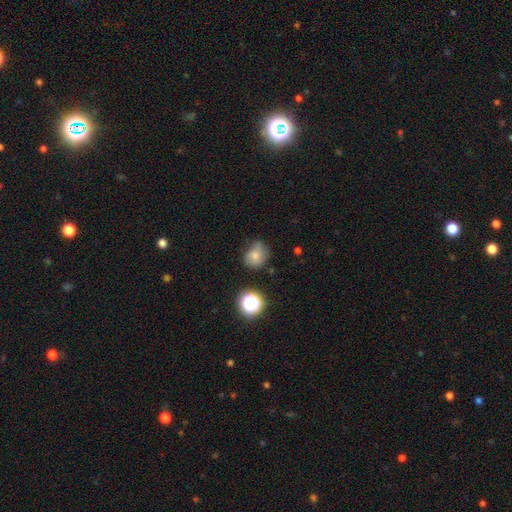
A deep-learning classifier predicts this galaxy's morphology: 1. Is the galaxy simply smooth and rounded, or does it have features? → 70% smooth, 15% featured or disk, 15% star or artifact.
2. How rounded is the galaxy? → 66% round, 33% in between, 1% cigar-shaped.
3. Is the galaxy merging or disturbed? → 55% none, 32% minor disturbance, 9% major disturbance, 4% merger.